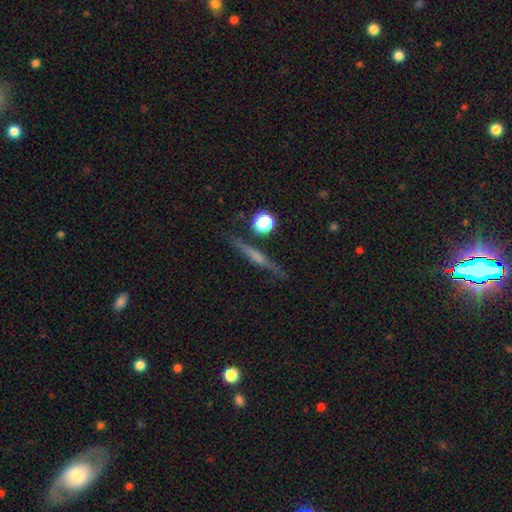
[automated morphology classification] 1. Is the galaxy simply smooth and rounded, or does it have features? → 67% featured or disk, 23% smooth, 10% star or artifact.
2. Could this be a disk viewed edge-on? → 96% yes, 4% no.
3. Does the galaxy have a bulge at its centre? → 59% rounded, 27% none, 14% boxy.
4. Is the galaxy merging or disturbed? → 87% none, 8% minor disturbance, 2% merger, 2% major disturbance.